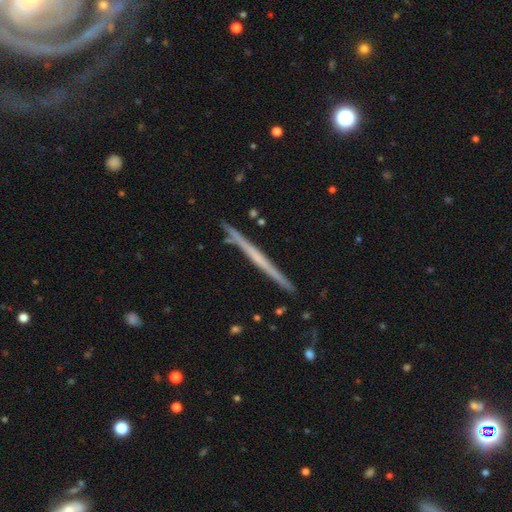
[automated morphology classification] Smooth or featured: featured or disk — 63% (smooth — 31%)
Edge-on disk: yes — 98% (no — 2%)
Edge-on bulge: none — 85% (rounded — 10%)
Merging: none — 91% (minor disturbance — 7%)